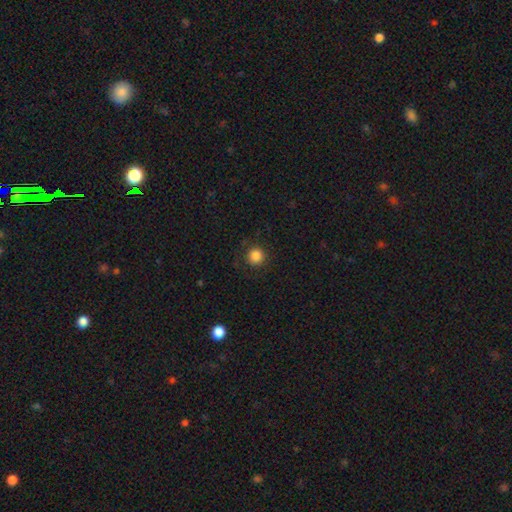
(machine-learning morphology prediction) This appears to be a smooth galaxy with no disk features (86%) that is round (94%). Merging: none (89%).